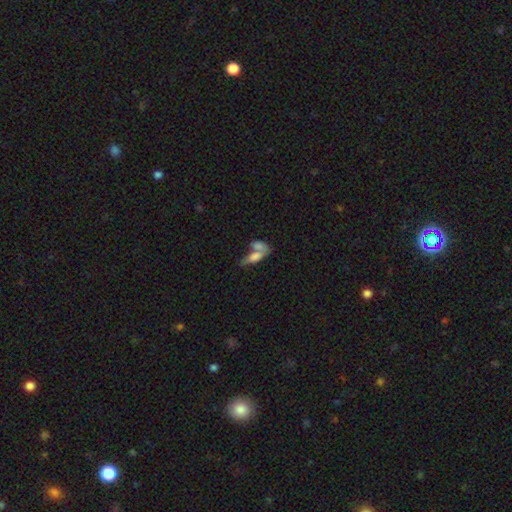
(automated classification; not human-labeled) smooth 65%, featured or disk 25%, star or artifact 10%. Down the decision tree: how rounded — in between (73%); merging — merger (62%).